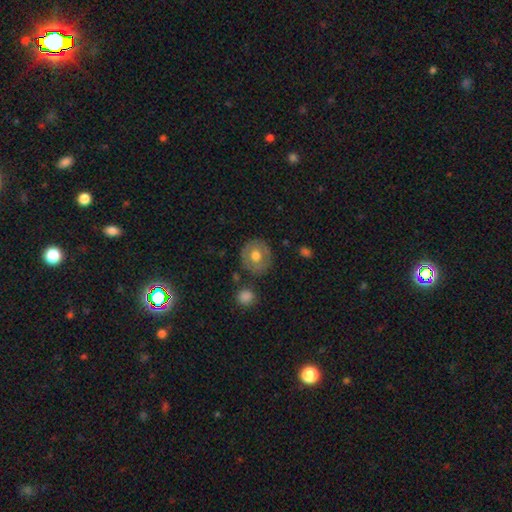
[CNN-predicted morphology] type=smooth (59%); roundness=round (88%); merging=none (81%).